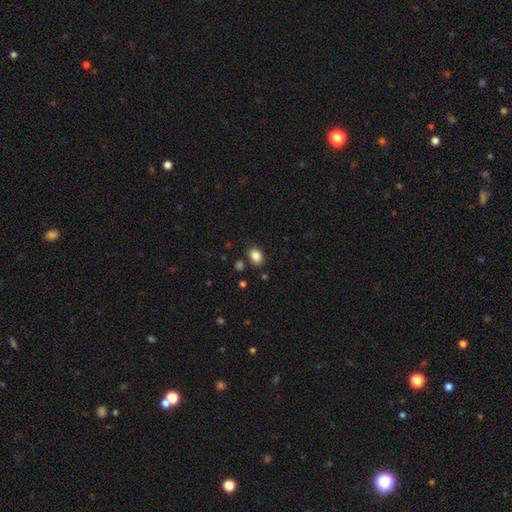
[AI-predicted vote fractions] This is clearly a smooth galaxy (86%). How rounded: likely in between (64%). Merging: clearly none (83%).